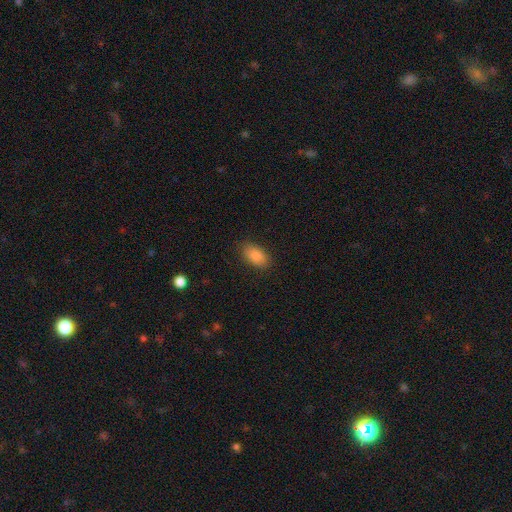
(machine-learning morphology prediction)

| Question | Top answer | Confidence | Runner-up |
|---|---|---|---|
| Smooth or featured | smooth | 88% | star or artifact (8%) |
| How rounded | in between | 92% | round (6%) |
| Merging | none | 85% | minor disturbance (11%) |